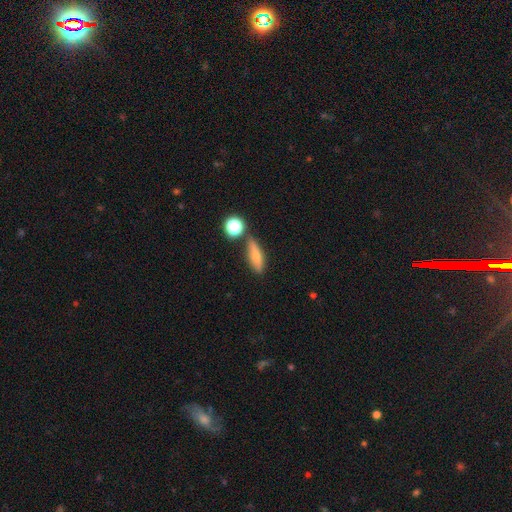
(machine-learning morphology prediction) Smooth or featured: smooth — 70% (featured or disk — 20%)
How rounded: cigar-shaped — 54% (in between — 40%)
Merging: none — 74% (minor disturbance — 14%)